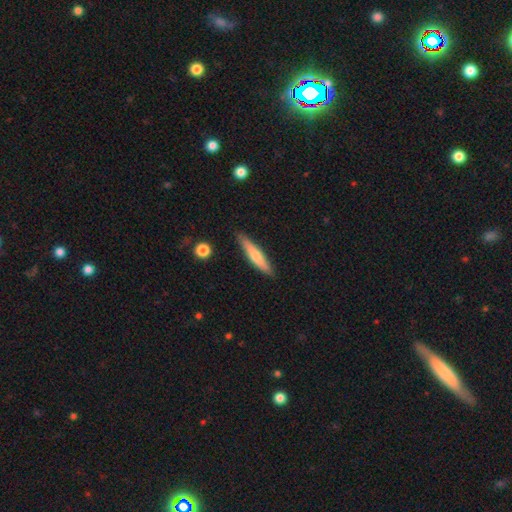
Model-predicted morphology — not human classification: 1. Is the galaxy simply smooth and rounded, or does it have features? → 64% smooth, 31% featured or disk, 6% star or artifact.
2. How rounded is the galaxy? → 88% cigar-shaped, 11% in between, 1% round.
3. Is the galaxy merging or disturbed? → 87% none, 10% minor disturbance, 2% major disturbance, 2% merger.